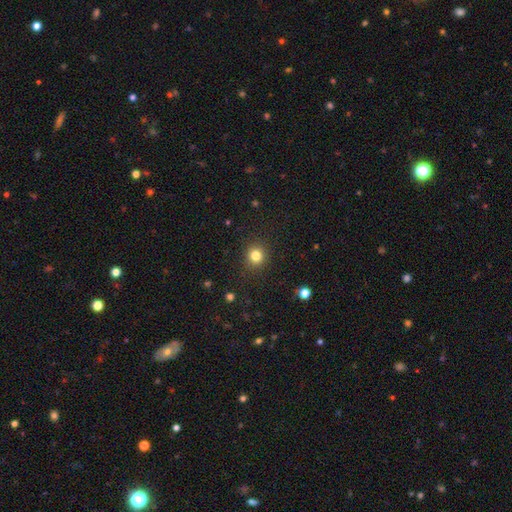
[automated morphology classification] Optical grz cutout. It shows a smooth galaxy with no disk features (82%) that is round (89%). Merging: none (90%).